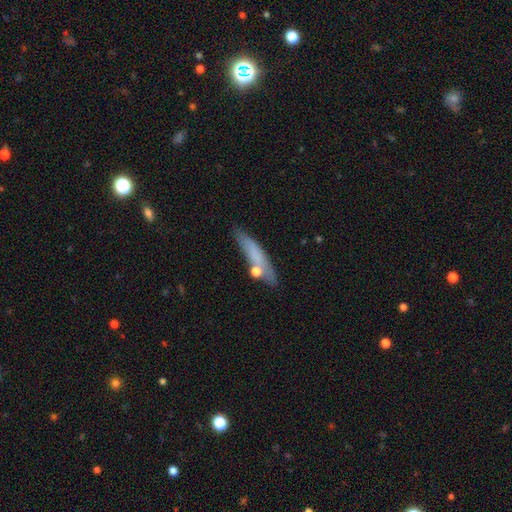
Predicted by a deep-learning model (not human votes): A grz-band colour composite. It shows a smooth galaxy with no disk features (66%) that is cigar-shaped (80%). Merging: none (73%).